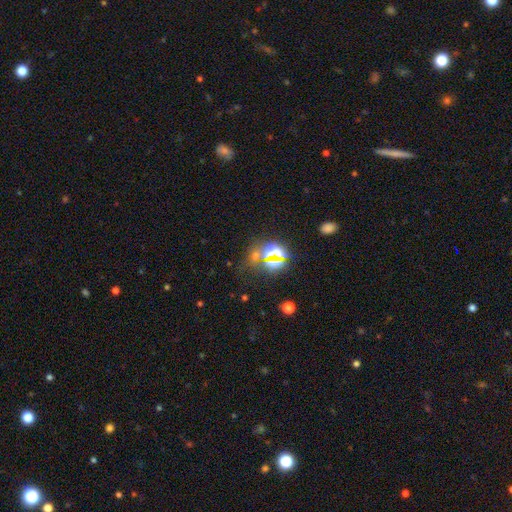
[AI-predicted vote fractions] Overall: star or artifact (66%).